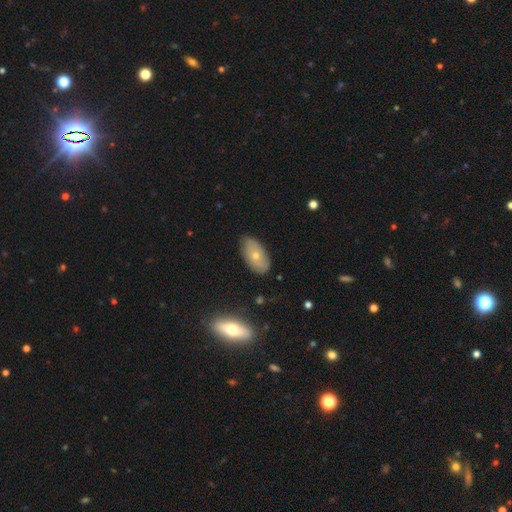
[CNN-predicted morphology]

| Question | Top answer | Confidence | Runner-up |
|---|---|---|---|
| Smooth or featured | smooth | 63% | featured or disk (29%) |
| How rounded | in between | 93% | round (5%) |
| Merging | none | 80% | minor disturbance (15%) |